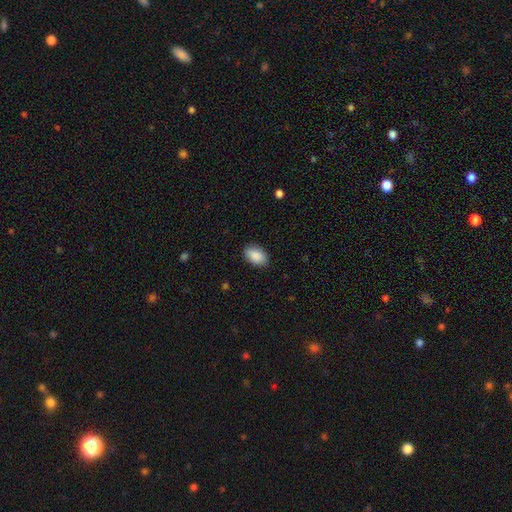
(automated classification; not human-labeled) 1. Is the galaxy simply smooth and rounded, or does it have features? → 90% smooth, 6% star or artifact, 4% featured or disk.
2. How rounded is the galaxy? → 92% in between, 7% round, 1% cigar-shaped.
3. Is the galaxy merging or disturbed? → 87% none, 10% minor disturbance, 2% major disturbance, 1% merger.